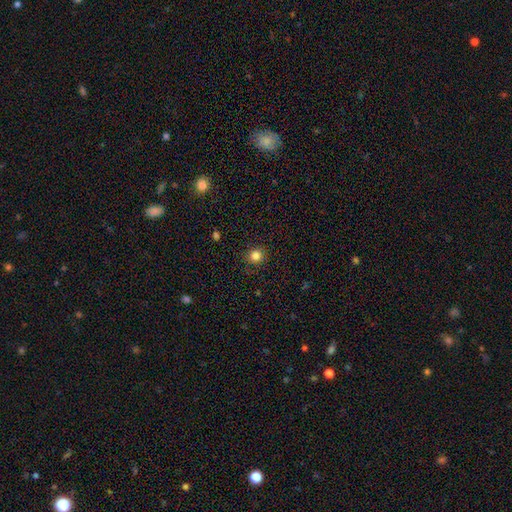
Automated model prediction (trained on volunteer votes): This appears to be a smooth galaxy with no disk features (83%) that is round (86%). Merging: none (88%).